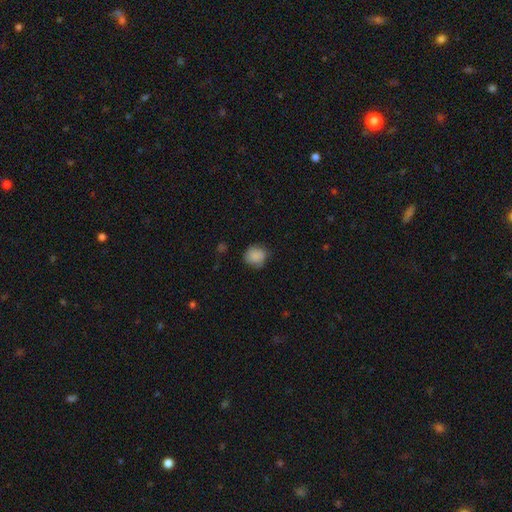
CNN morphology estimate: Overall: smooth (85%). How rounded: round (79%). Merging: none (72%).